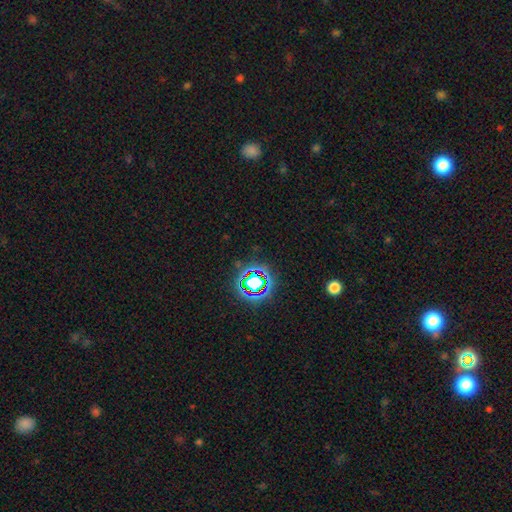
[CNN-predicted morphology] This is likely a star or artifact rather than a galaxy (77%).